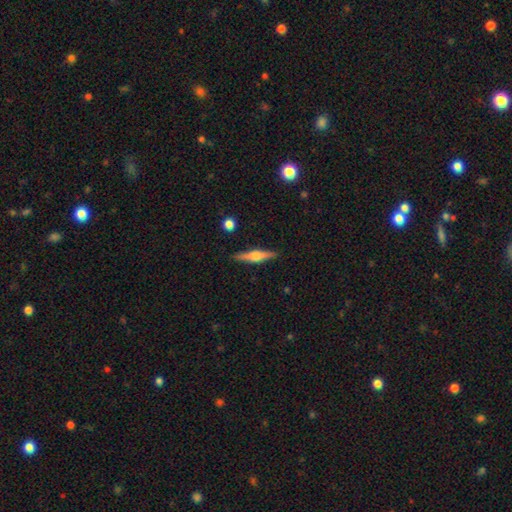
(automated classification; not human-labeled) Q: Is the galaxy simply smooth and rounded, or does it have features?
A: featured or disk — 63%.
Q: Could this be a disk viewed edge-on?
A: yes — 97%.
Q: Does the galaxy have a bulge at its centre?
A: rounded — 86%.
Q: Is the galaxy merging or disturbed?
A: none — 90%.